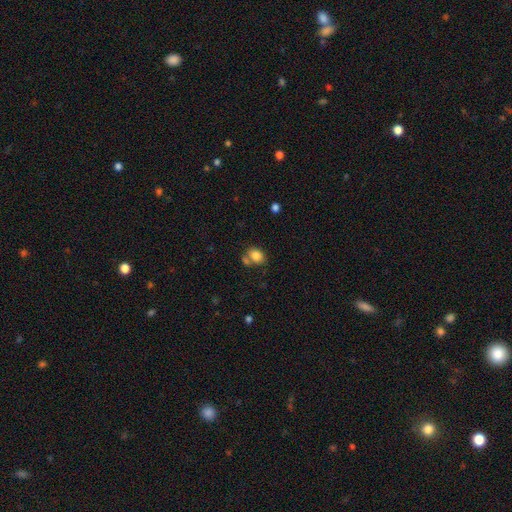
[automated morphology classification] Q: Smooth or featured?
A: smooth (83%); runner-up: star or artifact (10%)
Q: How rounded?
A: in between (62%); runner-up: round (37%)
Q: Merging?
A: none (53%); runner-up: merger (28%)